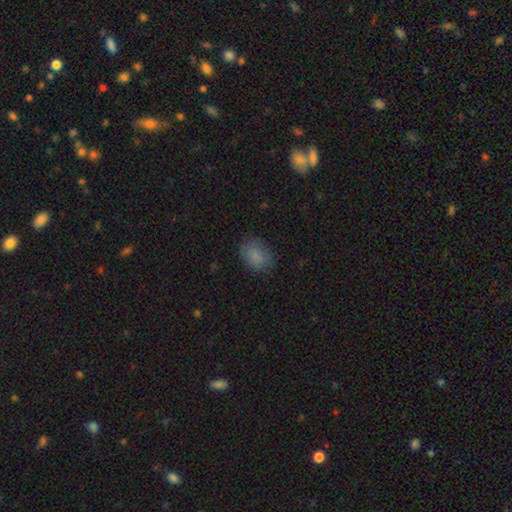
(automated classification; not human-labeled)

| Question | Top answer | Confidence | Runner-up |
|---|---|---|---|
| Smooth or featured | smooth | 84% | star or artifact (9%) |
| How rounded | in between | 66% | round (33%) |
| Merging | none | 77% | minor disturbance (17%) |